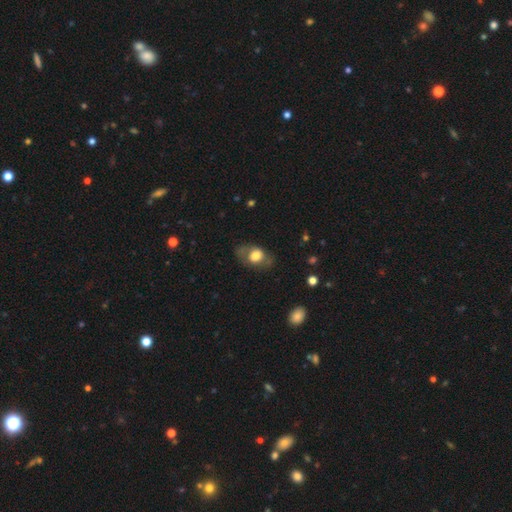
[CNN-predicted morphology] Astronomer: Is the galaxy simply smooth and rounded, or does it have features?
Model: smooth — 64%.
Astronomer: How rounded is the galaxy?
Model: in between — 64%.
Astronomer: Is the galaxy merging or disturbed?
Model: none — 60%.